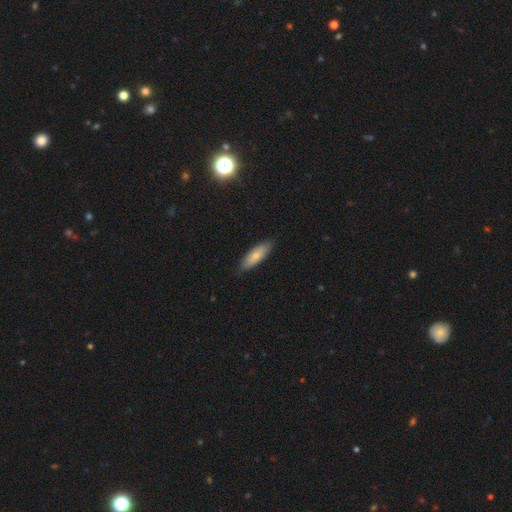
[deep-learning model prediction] smooth-or-featured: smooth: 77% | featured or disk: 17% | star or artifact: 6%
  how-rounded: in between: 54% | cigar-shaped: 44% | round: 2%
  merging: none: 84% | minor disturbance: 13% | major disturbance: 2% | merger: 1%